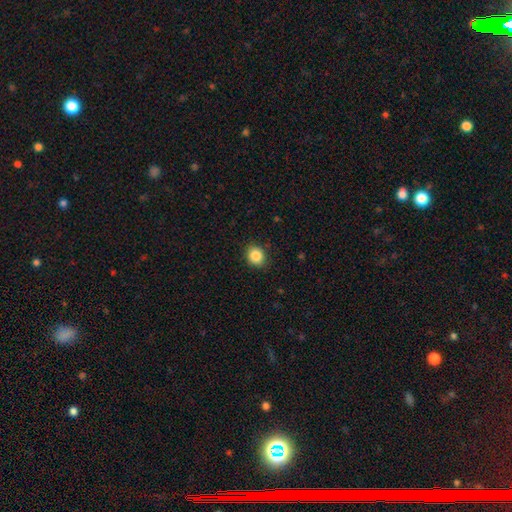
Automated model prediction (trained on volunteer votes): Smooth or featured? smooth (87%)
How rounded? round (69%)
Merging? none (88%)